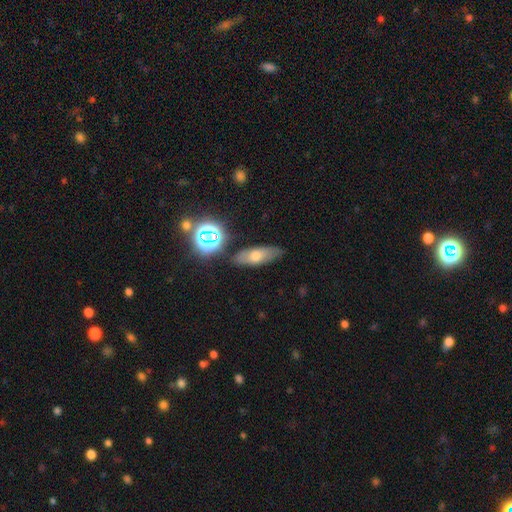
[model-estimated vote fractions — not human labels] A smooth galaxy with no disk features (56%) that is in between round and cigar-shaped (61%).

Vote fractions:
- Smooth or featured? smooth: 56% / featured or disk: 26% / star or artifact: 18%
- How rounded? in between: 61% / cigar-shaped: 30% / round: 9%
- Merging? none: 80% / minor disturbance: 13% / merger: 4% / major disturbance: 4%